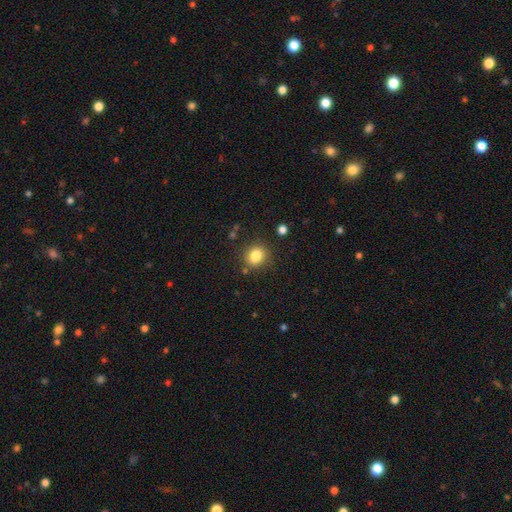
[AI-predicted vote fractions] smooth_or_featured: smooth (p=0.82) [alt: star or artifact p=0.11]
how_rounded: round (p=0.70) [alt: in between p=0.29]
merging: none (p=0.84) [alt: minor disturbance p=0.10]